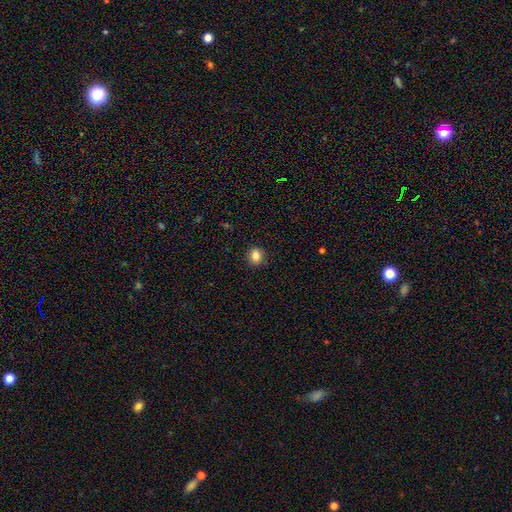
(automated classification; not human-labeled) smooth-or-featured: smooth: 84% | star or artifact: 11% | featured or disk: 5%
  how-rounded: round: 82% | in between: 17% | cigar-shaped: 1%
  merging: none: 91% | minor disturbance: 6% | major disturbance: 2% | merger: 1%